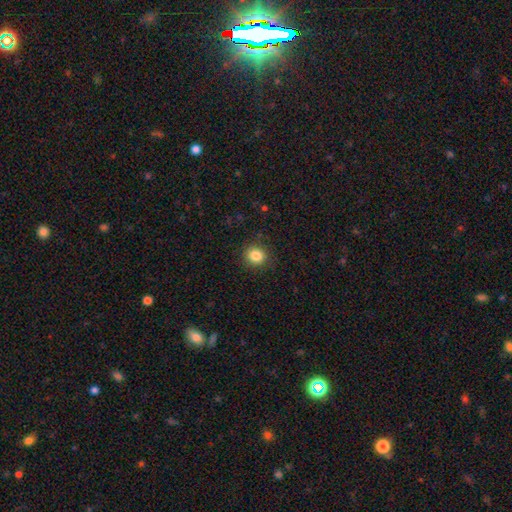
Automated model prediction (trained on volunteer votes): smooth 85%, star or artifact 11%, featured or disk 5%. Down the decision tree: how rounded — round (84%); merging — none (89%).